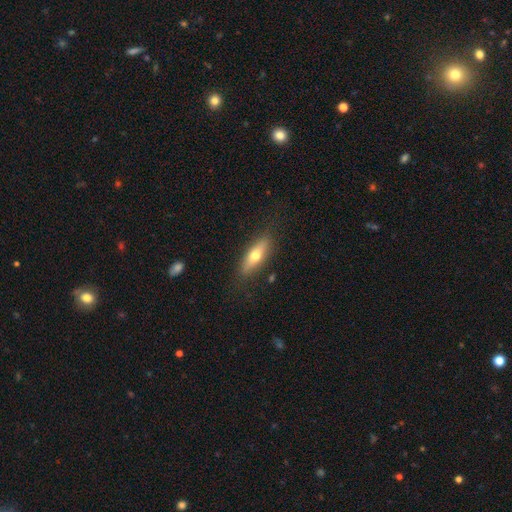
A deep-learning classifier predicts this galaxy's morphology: smooth-or-featured: smooth: 58% | featured or disk: 35% | star or artifact: 6%
  how-rounded: in between: 50% | cigar-shaped: 47% | round: 3%
  merging: none: 85% | minor disturbance: 11% | major disturbance: 3% | merger: 1%